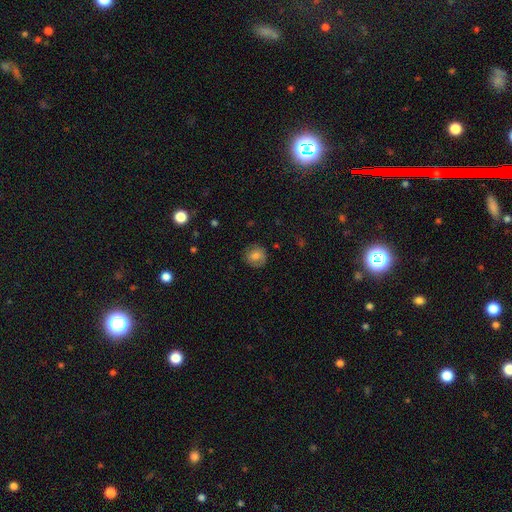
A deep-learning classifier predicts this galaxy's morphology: Smooth or featured? Predicted: smooth (p=0.74). How rounded? Predicted: round (p=0.86). Merging? Predicted: none (p=0.80).